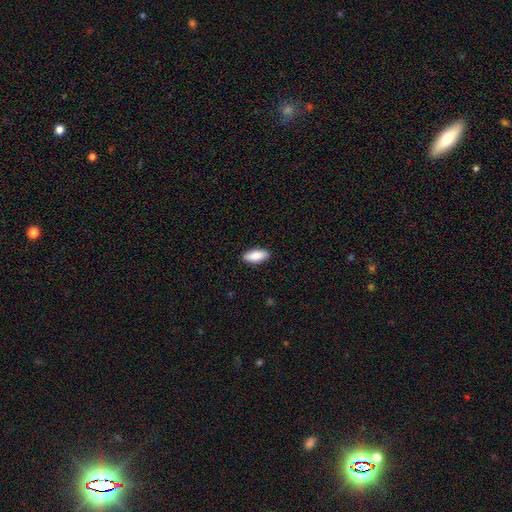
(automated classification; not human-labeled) A smooth galaxy with no disk features (87%) that is in between round and cigar-shaped (86%). Merging: none (90%).